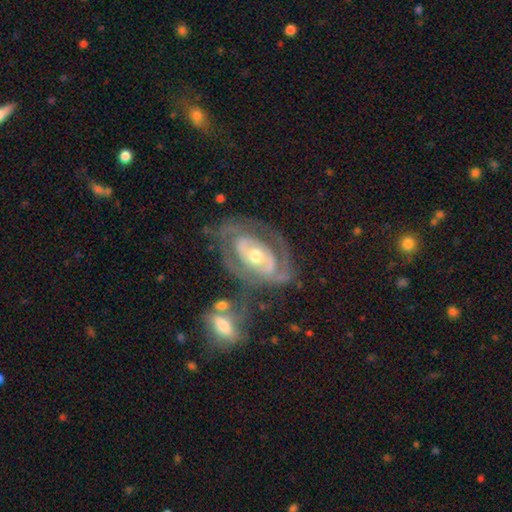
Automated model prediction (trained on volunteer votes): Q: Smooth or featured?
A: featured or disk (83%); runner-up: smooth (11%)
Q: Edge-on disk?
A: no (95%); runner-up: yes (5%)
Q: Bar?
A: no (67%); runner-up: weak (22%)
Q: Spiral arms?
A: yes (77%); runner-up: no (23%)
Q: Spiral winding?
A: tight (58%); runner-up: medium (30%)
Q: Spiral arm count?
A: 2 (46%); runner-up: can't tell (31%)
Q: Bulge size?
A: moderate (66%); runner-up: small (27%)
Q: Merging?
A: none (49%); runner-up: minor disturbance (20%)